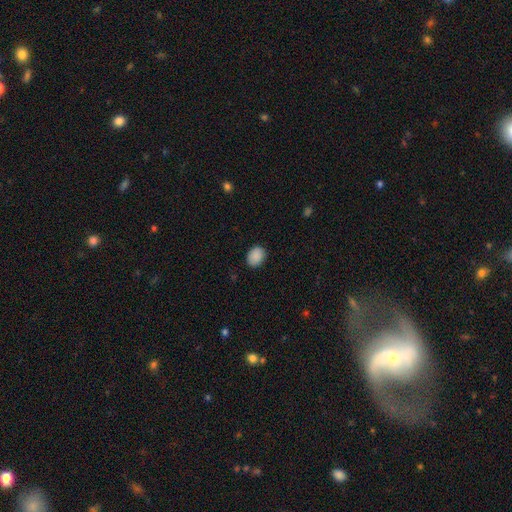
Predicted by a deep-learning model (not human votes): Smooth or featured? smooth (89%)
How rounded? in between (61%)
Merging? none (86%)